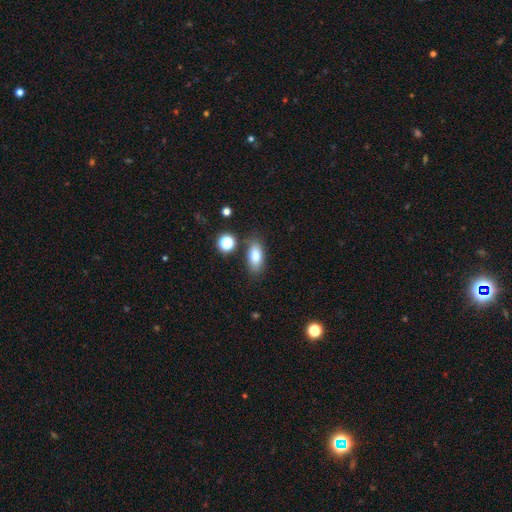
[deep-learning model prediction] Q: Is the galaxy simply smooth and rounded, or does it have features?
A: smooth — 78%.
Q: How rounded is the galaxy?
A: in between — 82%.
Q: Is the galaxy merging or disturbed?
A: none — 80%.